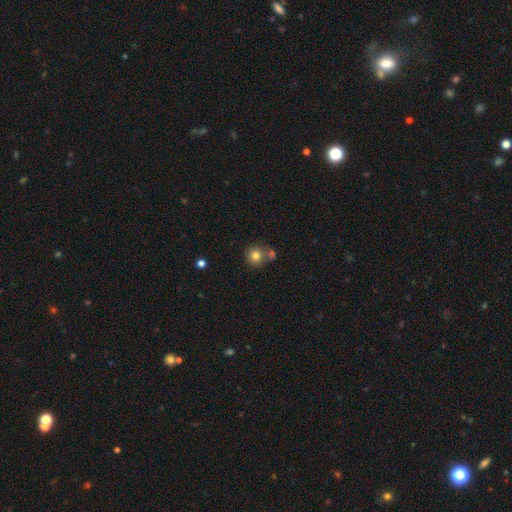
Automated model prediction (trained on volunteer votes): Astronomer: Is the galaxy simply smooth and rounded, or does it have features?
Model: smooth — 80%.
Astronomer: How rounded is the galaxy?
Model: round — 90%.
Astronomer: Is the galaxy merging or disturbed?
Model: none — 61%.